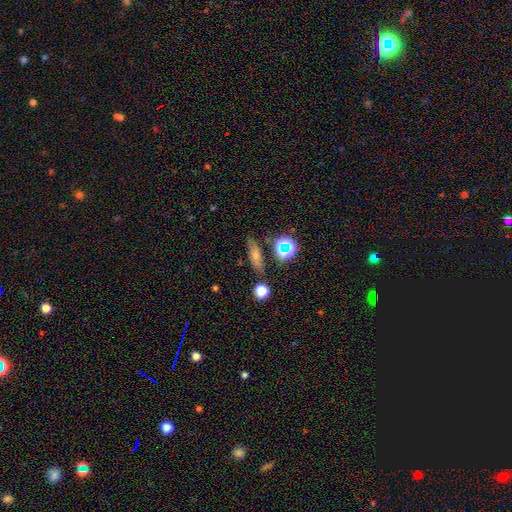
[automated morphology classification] A smooth galaxy with no disk features (64%) that is cigar-shaped (46%).

Vote fractions:
- Smooth or featured? smooth: 64% / featured or disk: 20% / star or artifact: 16%
- How rounded? cigar-shaped: 46% / in between: 44% / round: 11%
- Merging? none: 76% / minor disturbance: 14% / merger: 5% / major disturbance: 4%